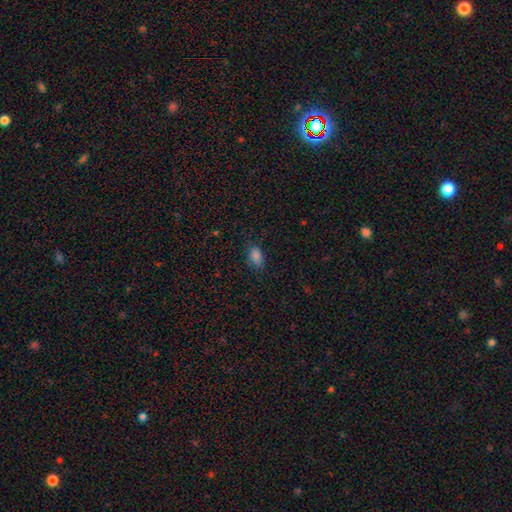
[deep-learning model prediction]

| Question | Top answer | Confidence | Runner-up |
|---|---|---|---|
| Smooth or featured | smooth | 83% | star or artifact (12%) |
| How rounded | in between | 88% | round (10%) |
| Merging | none | 77% | minor disturbance (18%) |